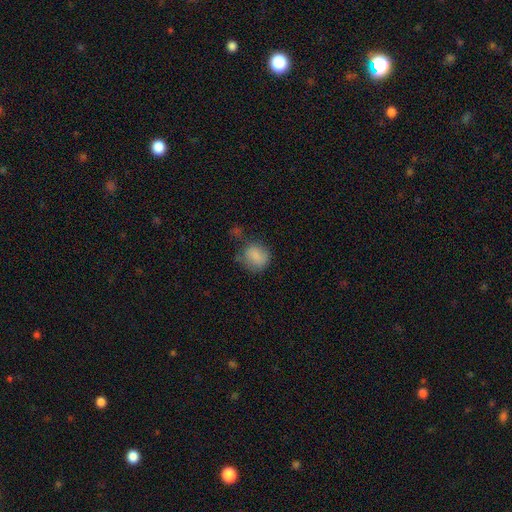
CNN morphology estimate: smooth_or_featured: smooth (p=0.83) [alt: star or artifact p=0.09]
how_rounded: round (p=0.71) [alt: in between p=0.28]
merging: none (p=0.55) [alt: minor disturbance p=0.27]